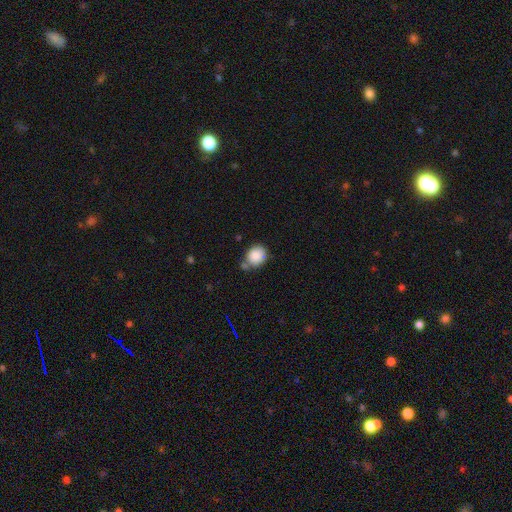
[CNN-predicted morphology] smooth 87%, star or artifact 8%, featured or disk 5%. Down the decision tree: how rounded — round (66%); merging — none (59%).